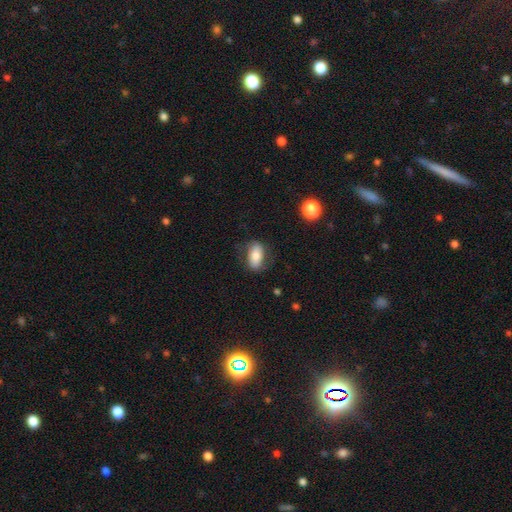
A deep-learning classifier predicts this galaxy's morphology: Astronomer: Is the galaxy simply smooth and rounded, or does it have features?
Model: smooth — 72%.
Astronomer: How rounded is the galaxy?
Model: in between — 89%.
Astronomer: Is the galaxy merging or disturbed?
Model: none — 72%.